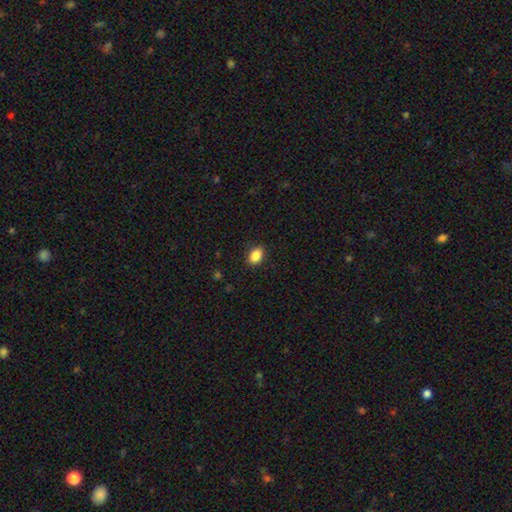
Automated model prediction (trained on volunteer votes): This is clearly a smooth galaxy (87%). How rounded: likely in between (78%). Merging: clearly none (86%).